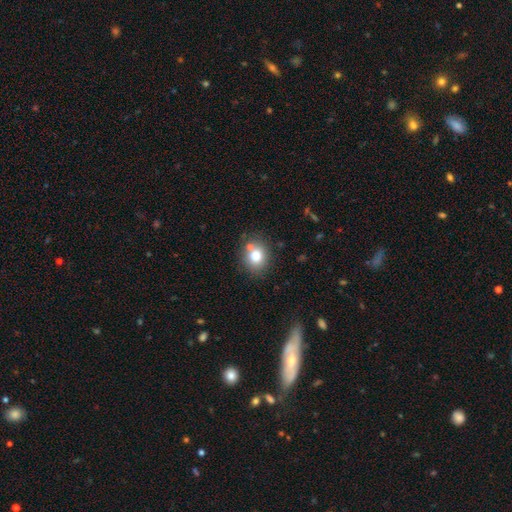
Morphology: type=smooth (82%); roundness=round (69%); merging=none (72%).